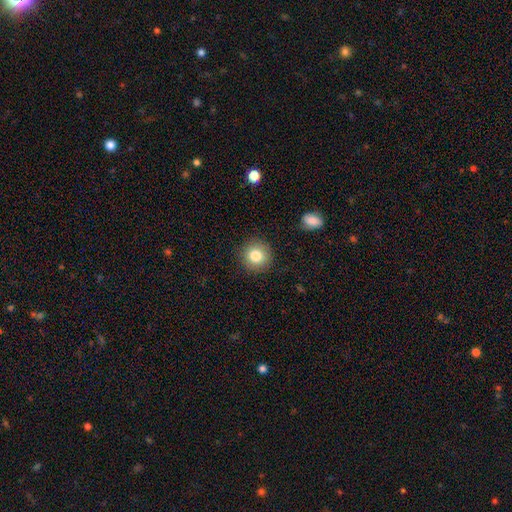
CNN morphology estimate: A smooth galaxy with no disk features (82%) that is round (93%).

Vote fractions:
- Smooth or featured? smooth: 82% / star or artifact: 10% / featured or disk: 9%
- How rounded? round: 93% / in between: 6% / cigar-shaped: 1%
- Merging? none: 90% / minor disturbance: 7% / major disturbance: 2% / merger: 1%